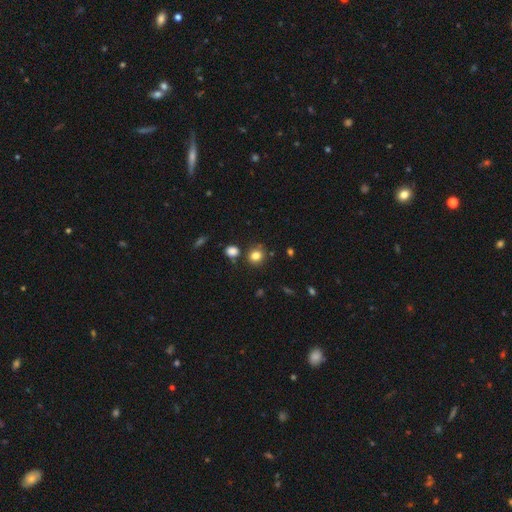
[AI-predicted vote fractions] A smooth galaxy with no disk features (82%) that is round (84%).

Vote fractions:
- Smooth or featured? smooth: 82% / star or artifact: 12% / featured or disk: 6%
- How rounded? round: 84% / in between: 15% / cigar-shaped: 1%
- Merging? none: 79% / minor disturbance: 10% / merger: 8% / major disturbance: 3%